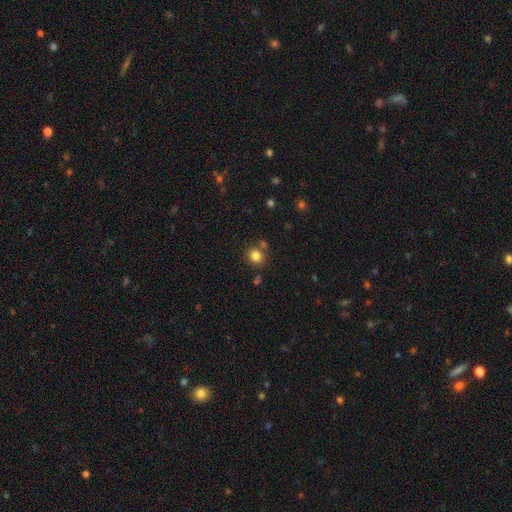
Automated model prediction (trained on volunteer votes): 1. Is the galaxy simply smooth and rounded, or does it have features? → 82% smooth, 11% star or artifact, 6% featured or disk.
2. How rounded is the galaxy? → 76% round, 23% in between, 1% cigar-shaped.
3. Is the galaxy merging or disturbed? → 73% none, 12% merger, 11% minor disturbance, 4% major disturbance.